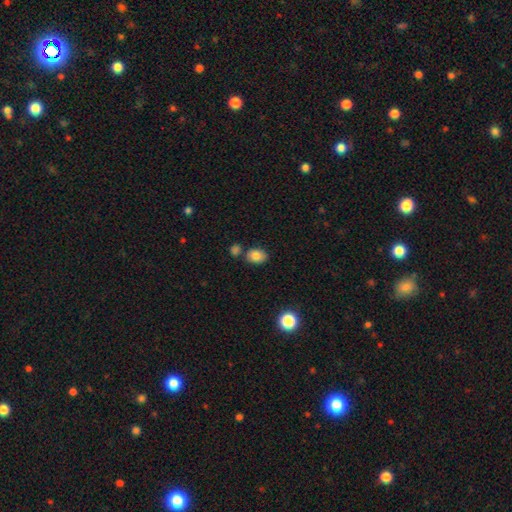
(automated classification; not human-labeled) Overall: smooth (82%). How rounded: in between (72%). Merging: none (72%).